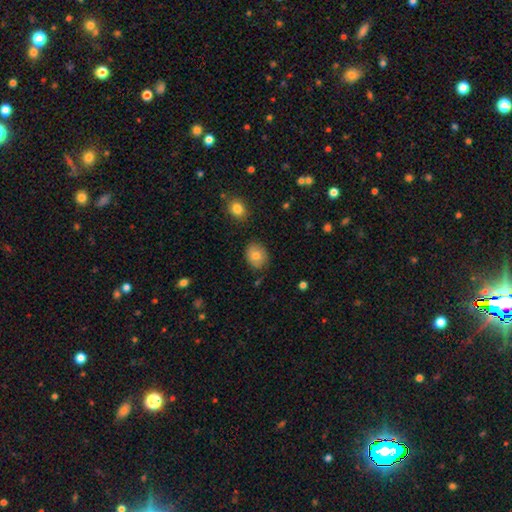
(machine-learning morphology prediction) Q: Smooth or featured?
A: smooth (78%); runner-up: featured or disk (14%)
Q: How rounded?
A: round (53%); runner-up: in between (46%)
Q: Merging?
A: none (81%); runner-up: minor disturbance (14%)